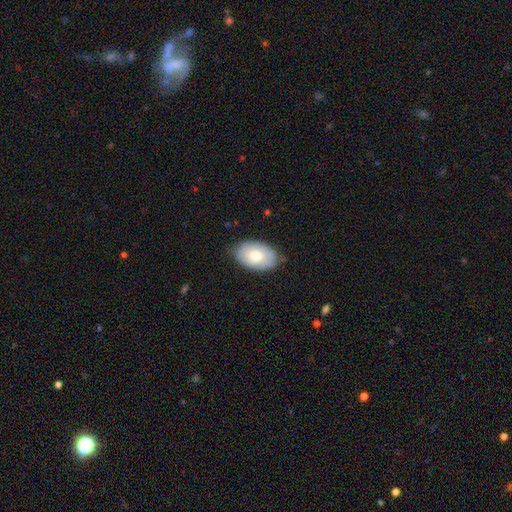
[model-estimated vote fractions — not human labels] A smooth galaxy with no disk features (71%) that is in between round and cigar-shaped (90%).

Vote fractions:
- Smooth or featured? smooth: 71% / featured or disk: 24% / star or artifact: 6%
- How rounded? in between: 90% / round: 9% / cigar-shaped: 1%
- Merging? none: 77% / minor disturbance: 19% / major disturbance: 3% / merger: 1%